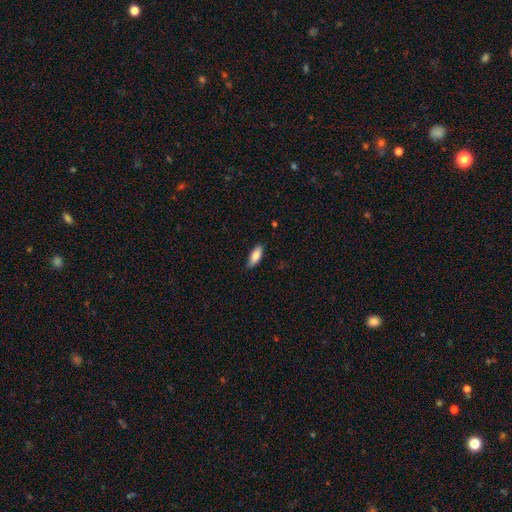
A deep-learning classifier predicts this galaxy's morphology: smooth_or_featured: smooth (p=0.83) [alt: featured or disk p=0.11]
how_rounded: in between (p=0.74) [alt: cigar-shaped p=0.24]
merging: none (p=0.81) [alt: minor disturbance p=0.16]